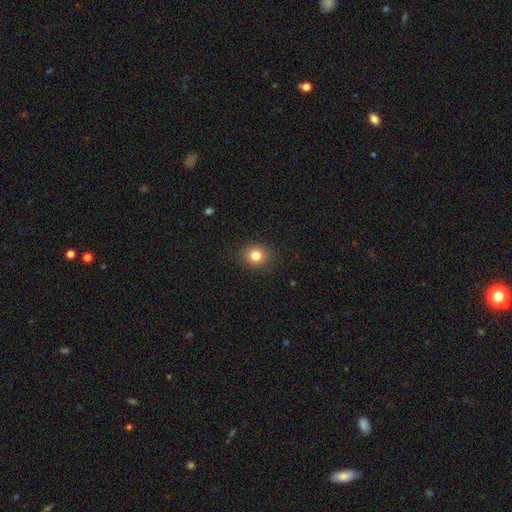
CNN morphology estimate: Smooth or featured? smooth (81%)
How rounded? round (77%)
Merging? none (90%)